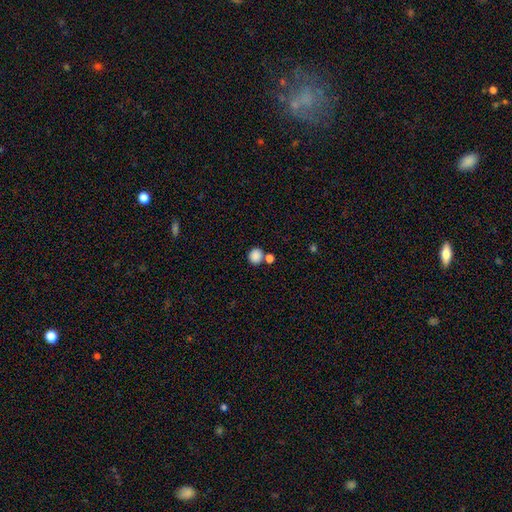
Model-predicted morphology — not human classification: smooth_or_featured: smooth (p=0.86) [alt: star or artifact p=0.10]
how_rounded: round (p=0.81) [alt: in between p=0.18]
merging: none (p=0.67) [alt: merger p=0.20]